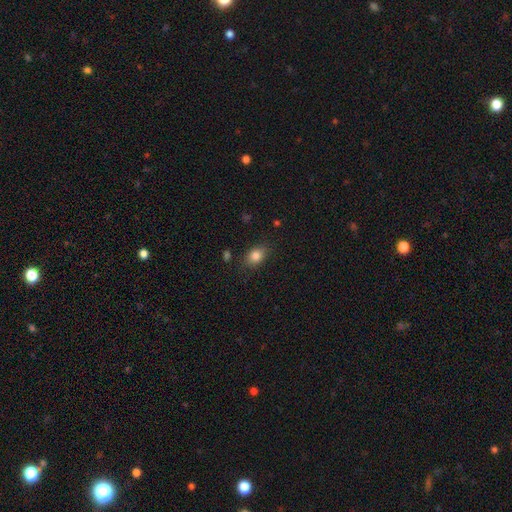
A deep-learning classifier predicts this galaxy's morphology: Smooth or featured? Predicted: smooth (p=0.83). How rounded? Predicted: in between (p=0.75). Merging? Predicted: none (p=0.81).